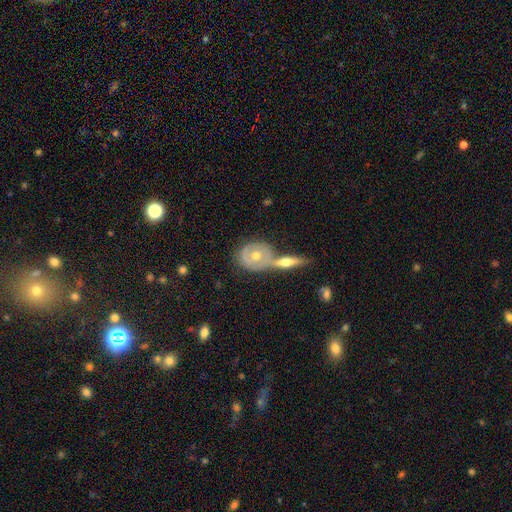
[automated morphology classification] A featured or disk galaxy (59%).

Vote fractions:
- Smooth or featured? featured or disk: 59% / smooth: 35% / star or artifact: 6%
- Edge-on disk? no: 75% / yes: 25%
- Merging? none: 51% / merger: 32% / minor disturbance: 13% / major disturbance: 5%